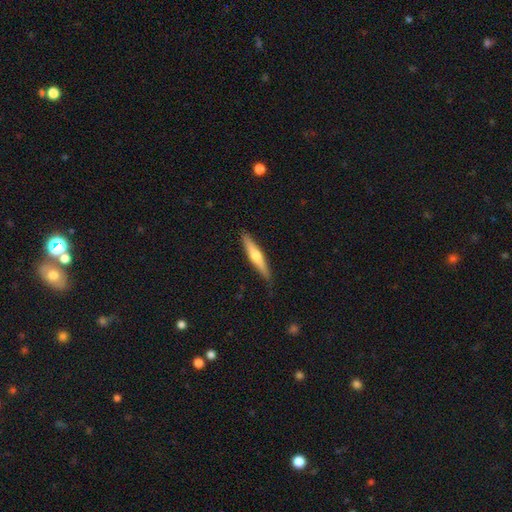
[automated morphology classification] The model was most divided on "smooth or featured": featured or disk: 52%, smooth: 42%, star or artifact: 5%. More confident: edge-on disk — yes (95%); merging — none (87%).